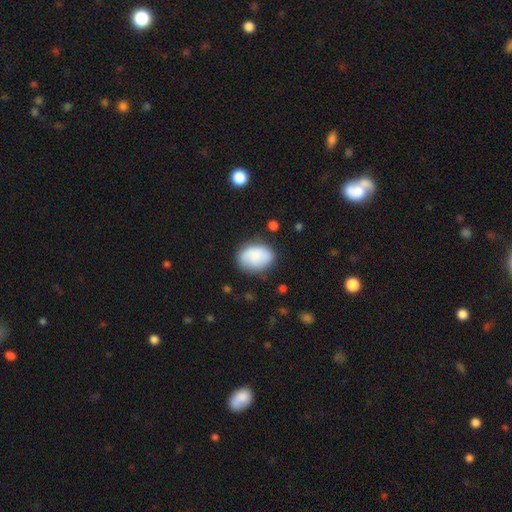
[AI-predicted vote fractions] A smooth galaxy with no disk features (82%) that is in between round and cigar-shaped (73%).

Vote fractions:
- Smooth or featured? smooth: 82% / featured or disk: 11% / star or artifact: 7%
- How rounded? in between: 73% / round: 26% / cigar-shaped: 1%
- Merging? none: 71% / minor disturbance: 20% / major disturbance: 6% / merger: 3%